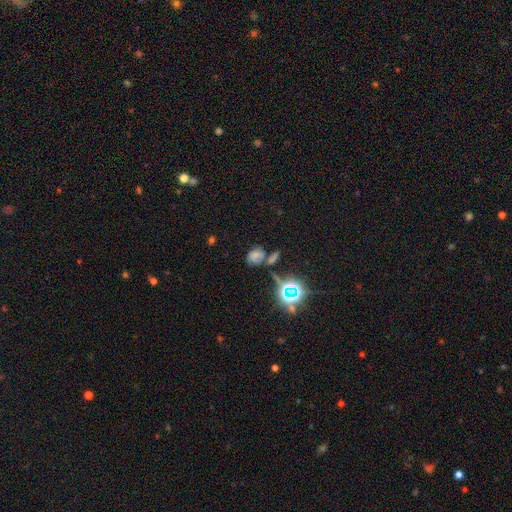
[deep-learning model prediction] This is marginally a smooth galaxy (45%). Merging: marginally none (42%).